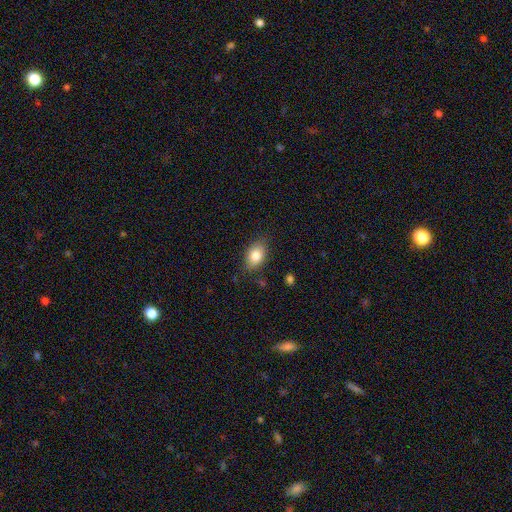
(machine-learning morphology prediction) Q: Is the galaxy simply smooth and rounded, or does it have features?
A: smooth — 83%.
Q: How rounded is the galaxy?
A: in between — 84%.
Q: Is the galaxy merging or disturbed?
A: none — 79%.